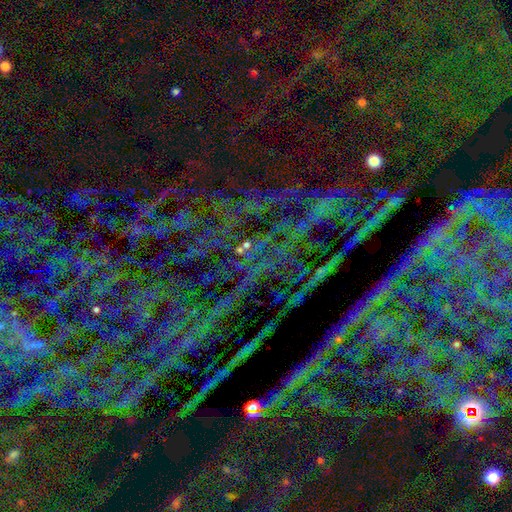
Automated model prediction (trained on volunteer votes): Smooth or featured: star or artifact — 83% (featured or disk — 9%)